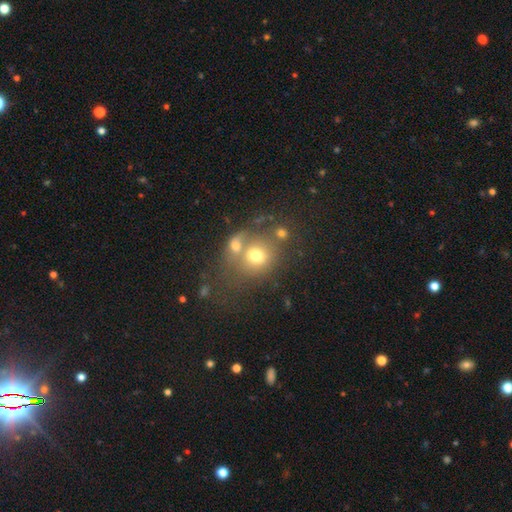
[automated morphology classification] smooth-or-featured: smooth: 68% | featured or disk: 17% | star or artifact: 15%
  how-rounded: round: 68% | in between: 31% | cigar-shaped: 1%
  merging: merger: 41% | none: 40% | minor disturbance: 11% | major disturbance: 8%